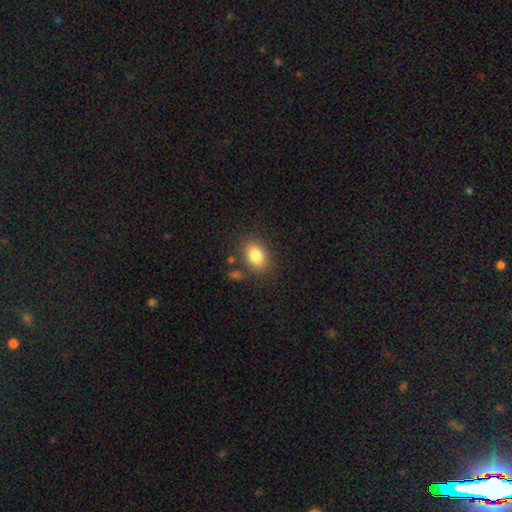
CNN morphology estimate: type=smooth (82%); roundness=in between (70%); merging=none (78%).